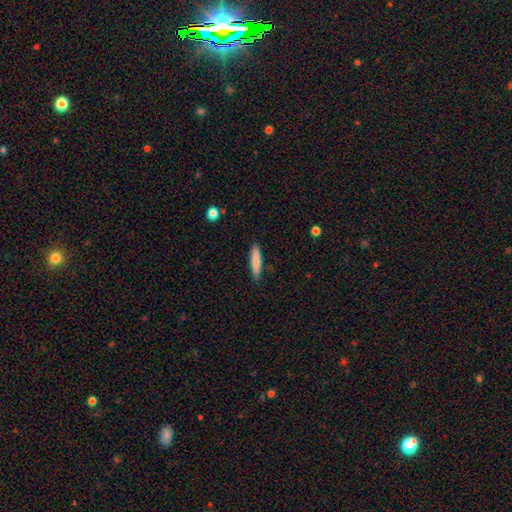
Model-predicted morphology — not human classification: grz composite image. It shows a smooth galaxy with no disk features (79%) that is cigar-shaped (90%). Merging: none (90%).